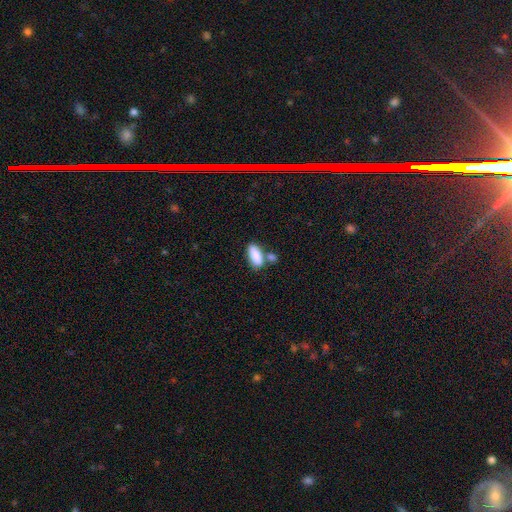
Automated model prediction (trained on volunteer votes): This is clearly a smooth galaxy (86%). How rounded: clearly in between (81%). Merging: possibly none (50%).